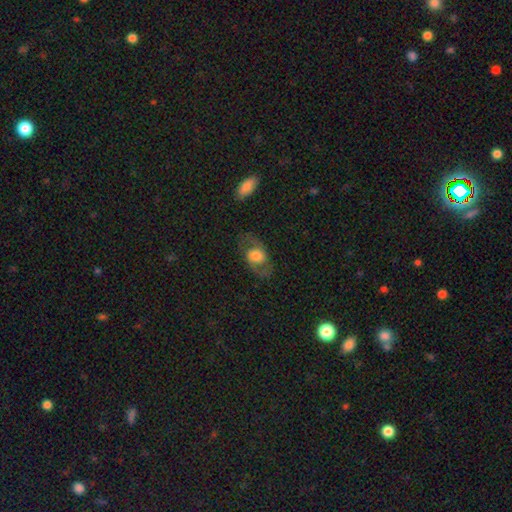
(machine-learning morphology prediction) Q: Smooth or featured?
A: featured or disk (48%); runner-up: smooth (44%)
Q: Merging?
A: none (72%); runner-up: minor disturbance (15%)